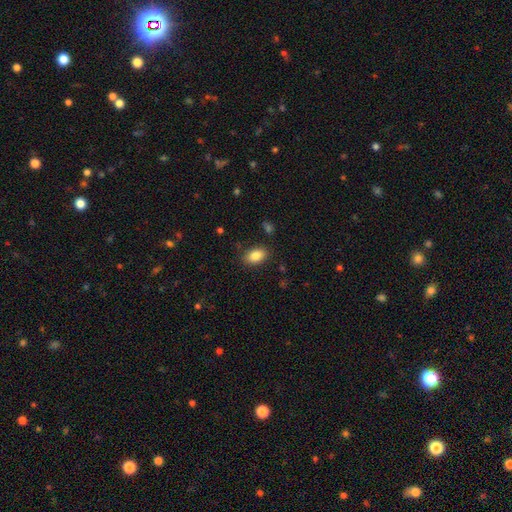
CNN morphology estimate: Q: Smooth or featured?
A: smooth (84%); runner-up: star or artifact (8%)
Q: How rounded?
A: in between (87%); runner-up: round (12%)
Q: Merging?
A: none (86%); runner-up: minor disturbance (10%)